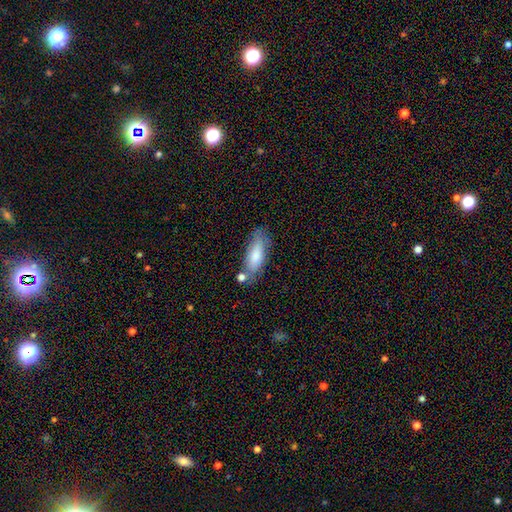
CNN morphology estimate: type=smooth (77%); roundness=in between (65%); merging=none (64%).